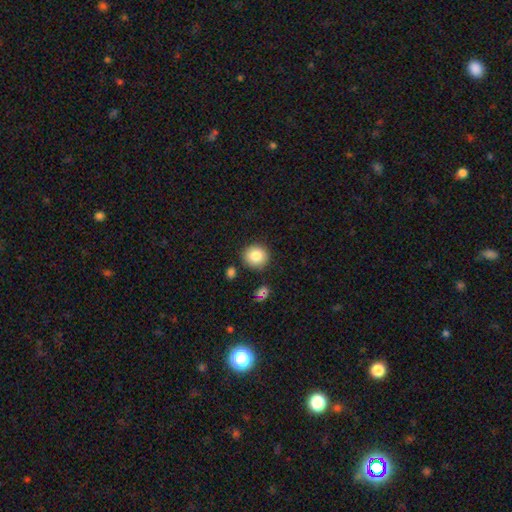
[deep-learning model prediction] Smooth or featured? smooth (84%)
How rounded? round (89%)
Merging? none (85%)